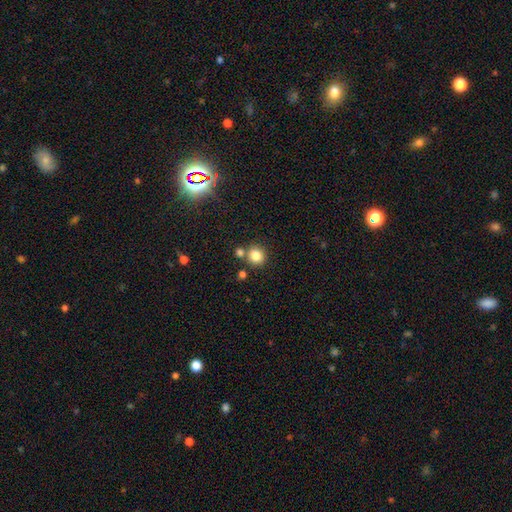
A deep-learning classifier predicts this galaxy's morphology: Smooth or featured? Predicted: smooth (p=0.82). How rounded? Predicted: round (p=0.90). Merging? Predicted: none (p=0.72).